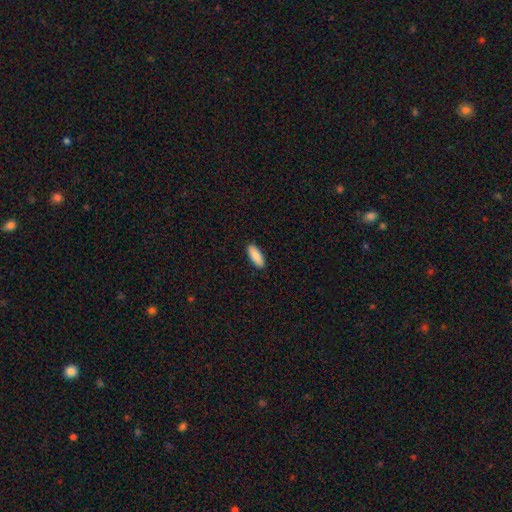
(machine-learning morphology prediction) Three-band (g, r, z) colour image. It shows a smooth galaxy with no disk features (89%) that is in between round and cigar-shaped (78%). Merging: none (90%).